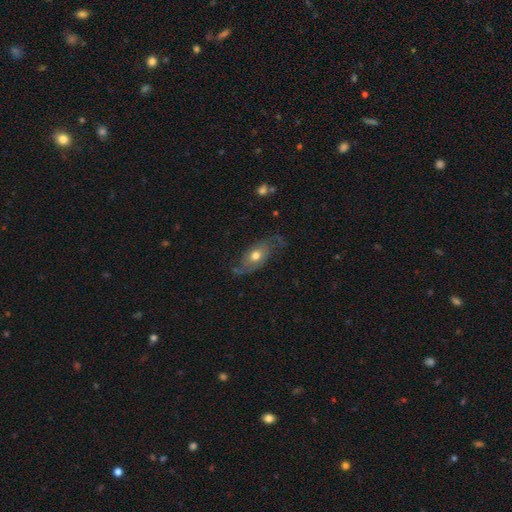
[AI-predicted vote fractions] Smooth or featured? featured or disk (65%)
Edge-on disk? no (91%)
Bar? no (75%)
Spiral arms? yes (84%)
Bulge size? moderate (74%)
Merging? none (62%)